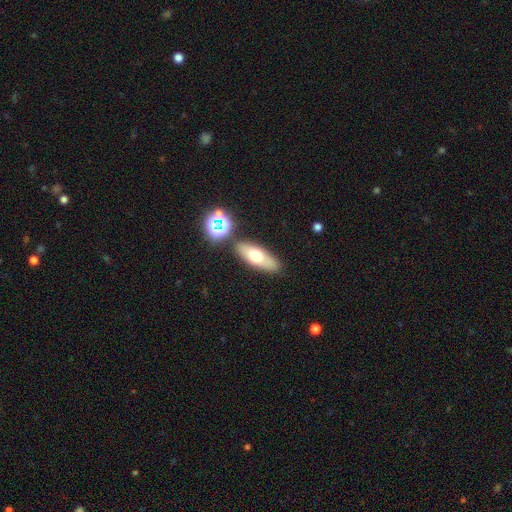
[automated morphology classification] Overall: smooth (62%; featured or disk 28%). How rounded: in between (64%; cigar-shaped 31%). Merging: none (82%).